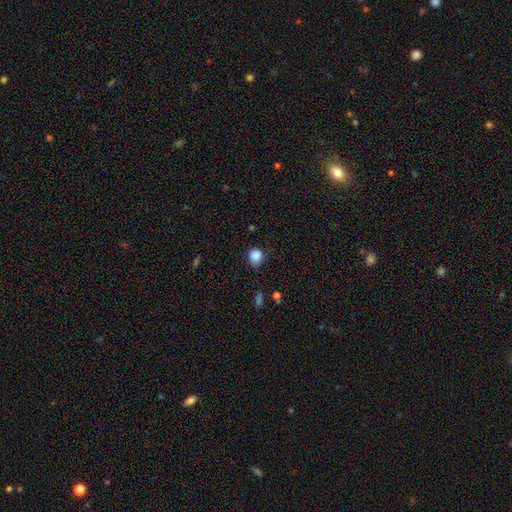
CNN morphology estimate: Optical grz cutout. It shows a smooth galaxy with no disk features (86%) that is round (82%). Merging: none (74%).